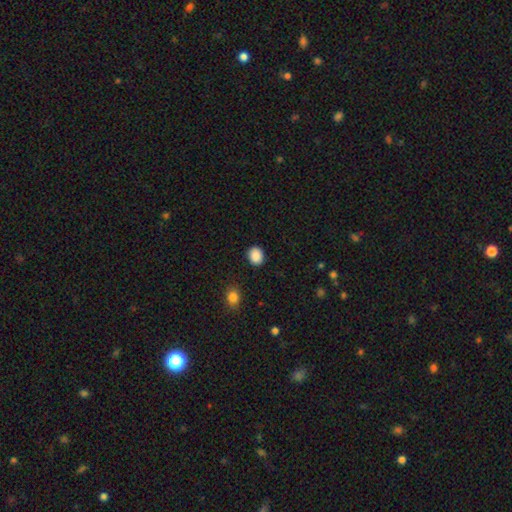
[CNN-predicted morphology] This appears to be a smooth galaxy with no disk features (89%) that is round (57%). Merging: none (88%).